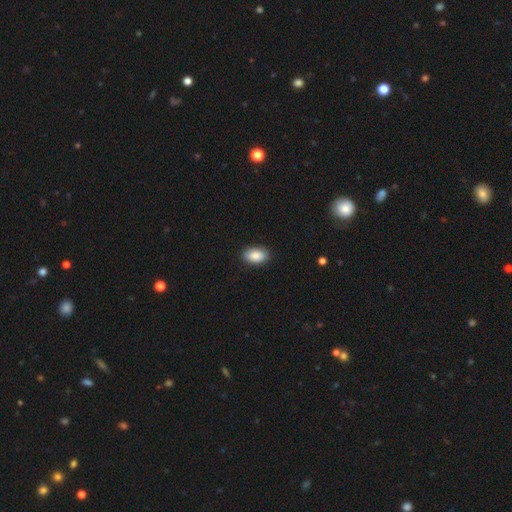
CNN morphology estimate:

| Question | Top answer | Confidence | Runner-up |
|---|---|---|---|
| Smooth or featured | smooth | 88% | star or artifact (7%) |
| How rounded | in between | 91% | round (7%) |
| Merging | none | 87% | minor disturbance (10%) |